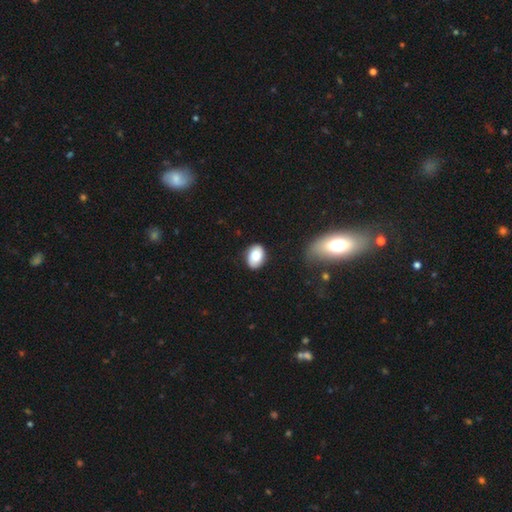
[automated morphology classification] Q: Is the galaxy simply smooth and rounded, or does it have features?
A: smooth — 82%.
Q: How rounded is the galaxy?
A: in between — 81%.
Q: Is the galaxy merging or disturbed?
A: none — 85%.